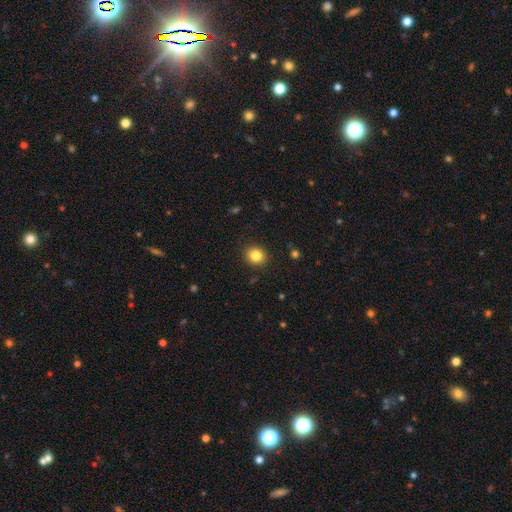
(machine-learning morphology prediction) This appears to be a smooth galaxy with no disk features (84%) that is round (72%). Merging: none (89%).